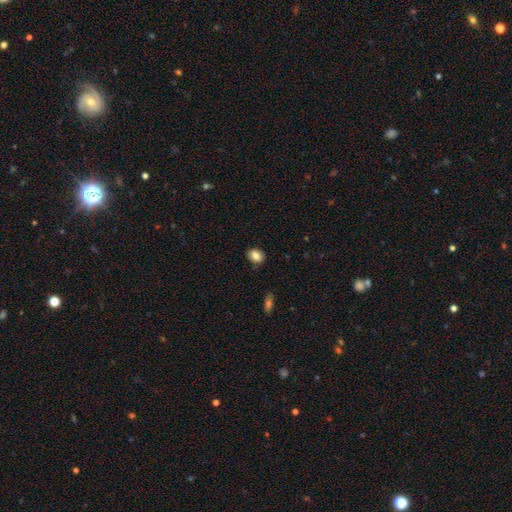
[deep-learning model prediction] The model was most divided on "how rounded": in between: 59%, round: 40%, cigar-shaped: 1%. More confident: merging — none (85%); smooth or featured — smooth (83%).